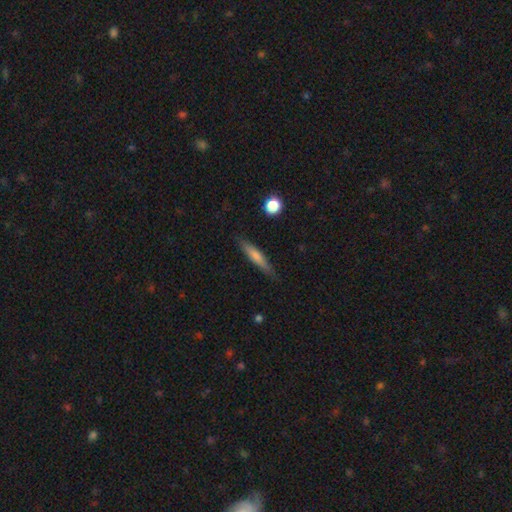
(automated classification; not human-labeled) Smooth or featured: smooth — 52% (featured or disk — 40%)
How rounded: cigar-shaped — 91% (in between — 7%)
Merging: none — 86% (minor disturbance — 10%)